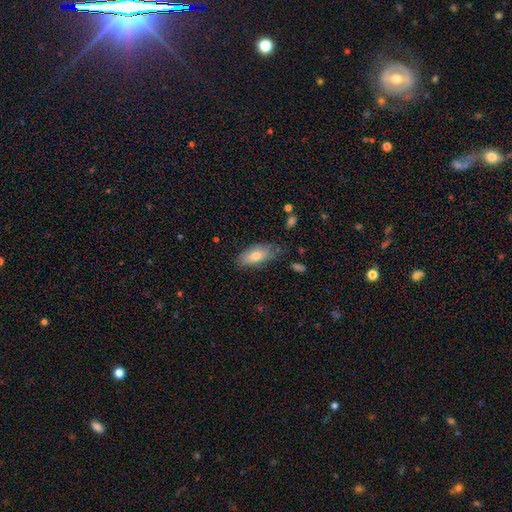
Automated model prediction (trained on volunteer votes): smooth 70%, featured or disk 22%, star or artifact 7%. Down the decision tree: how rounded — in between (83%); merging — none (71%).